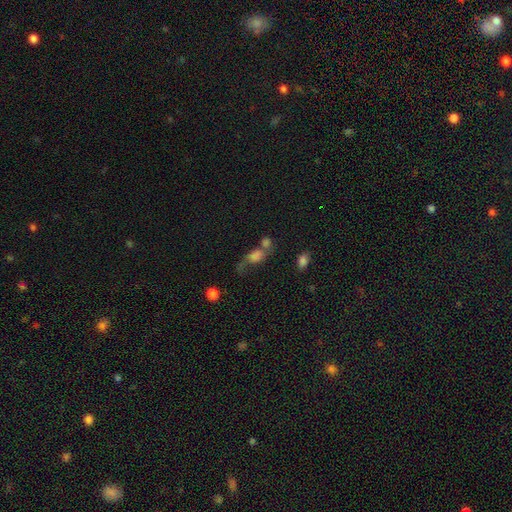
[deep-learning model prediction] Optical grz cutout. It shows a smooth galaxy with no disk features (53%) that is in between round and cigar-shaped (60%). Merging: merger (38%).